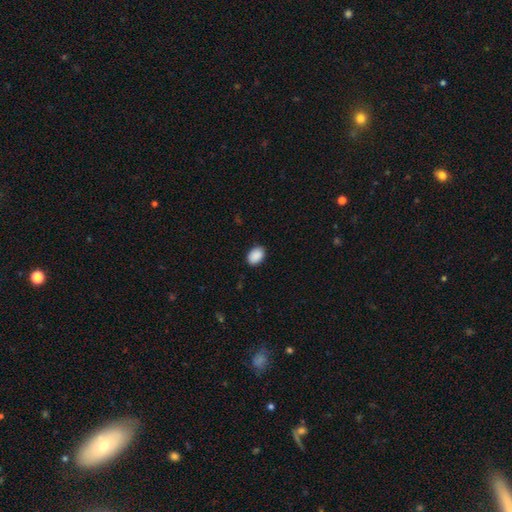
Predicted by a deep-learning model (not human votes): This appears to be a smooth galaxy with no disk features (91%) that is in between round and cigar-shaped (82%). Merging: none (88%).